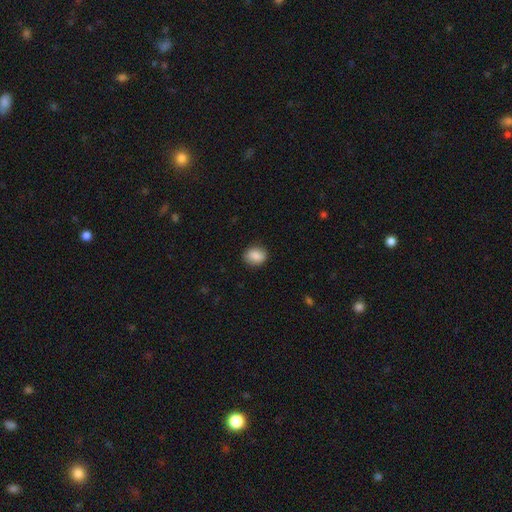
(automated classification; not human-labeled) smooth_or_featured: smooth (p=0.87) [alt: star or artifact p=0.08]
how_rounded: round (p=0.54) [alt: in between p=0.45]
merging: none (p=0.87) [alt: minor disturbance p=0.10]